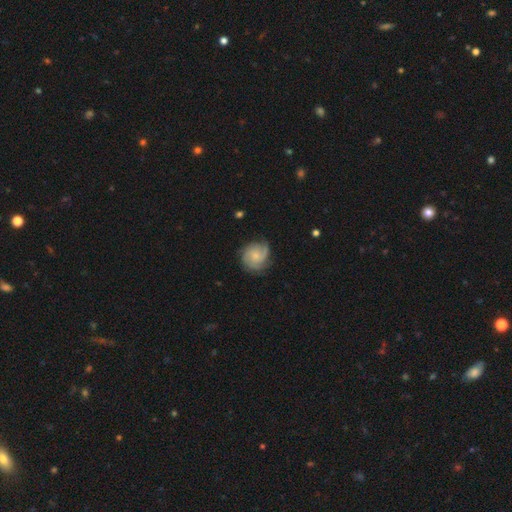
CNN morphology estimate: Q: Smooth or featured?
A: featured or disk (68%); runner-up: smooth (25%)
Q: Edge-on disk?
A: no (98%); runner-up: yes (2%)
Q: Bar?
A: no (72%); runner-up: weak (25%)
Q: Spiral arms?
A: yes (94%); runner-up: no (6%)
Q: Spiral winding?
A: tight (50%); runner-up: medium (36%)
Q: Spiral arm count?
A: 2 (31%); runner-up: 3 (28%)
Q: Bulge size?
A: small (57%); runner-up: moderate (28%)
Q: Merging?
A: none (70%); runner-up: minor disturbance (21%)